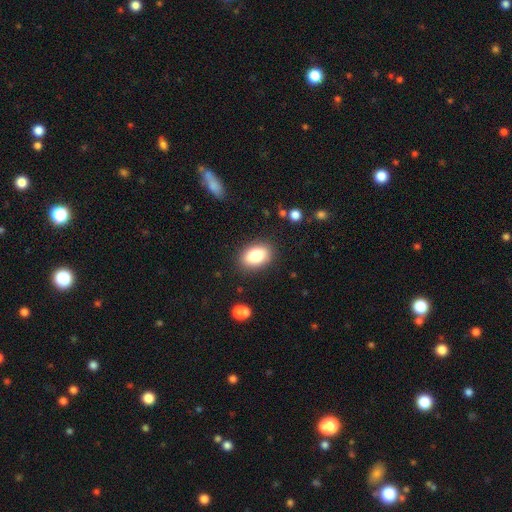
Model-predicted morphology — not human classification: Overall: smooth (83%). How rounded: in between (86%). Merging: none (86%).